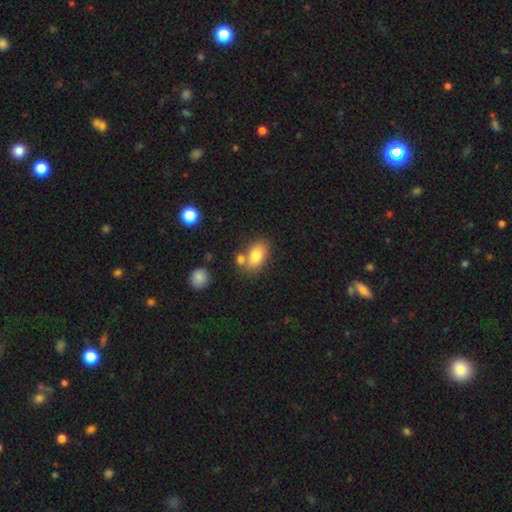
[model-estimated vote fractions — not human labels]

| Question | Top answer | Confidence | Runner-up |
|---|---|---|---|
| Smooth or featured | smooth | 79% | featured or disk (13%) |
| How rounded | in between | 86% | round (12%) |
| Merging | none | 63% | merger (20%) |